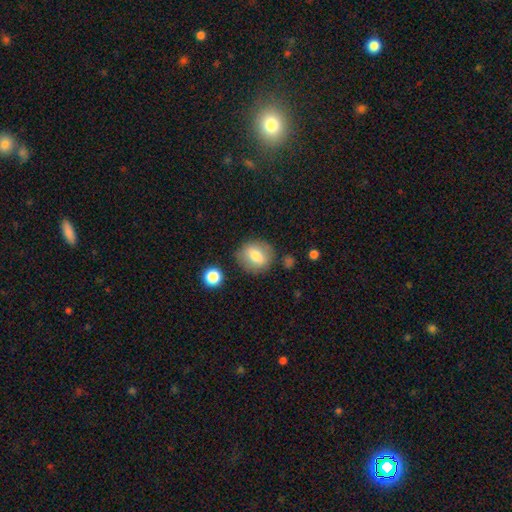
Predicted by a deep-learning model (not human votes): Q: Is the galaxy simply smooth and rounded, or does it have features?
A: smooth — 73%.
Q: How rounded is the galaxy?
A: round — 74%.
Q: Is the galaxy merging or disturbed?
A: none — 79%.